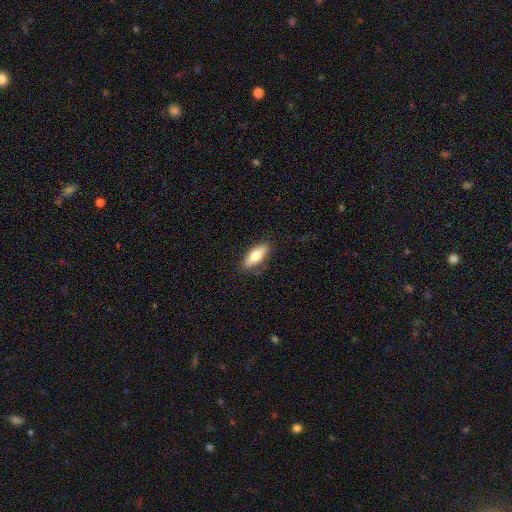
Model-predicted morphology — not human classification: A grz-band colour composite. It shows a smooth galaxy with no disk features (69%) that is in between round and cigar-shaped (71%). Merging: none (83%).